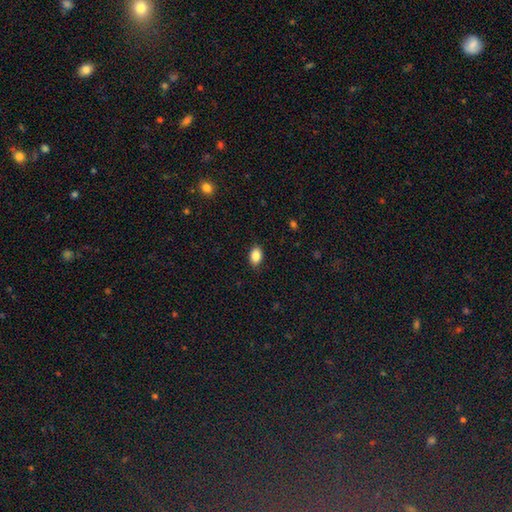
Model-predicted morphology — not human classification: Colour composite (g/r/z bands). It shows a smooth galaxy with no disk features (87%) that is in between round and cigar-shaped (85%). Merging: none (87%).